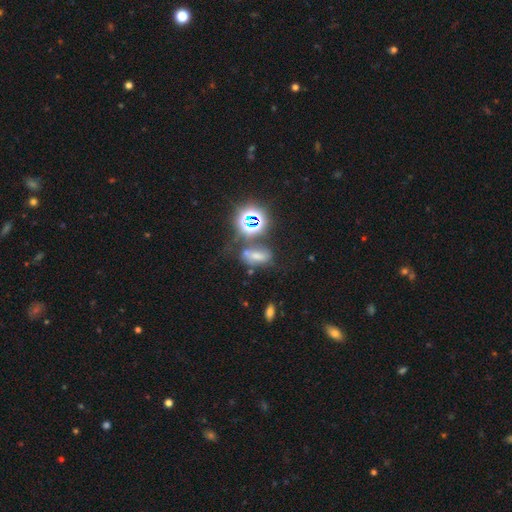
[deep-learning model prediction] Morphology: type=smooth (47%); merging=none (49%).